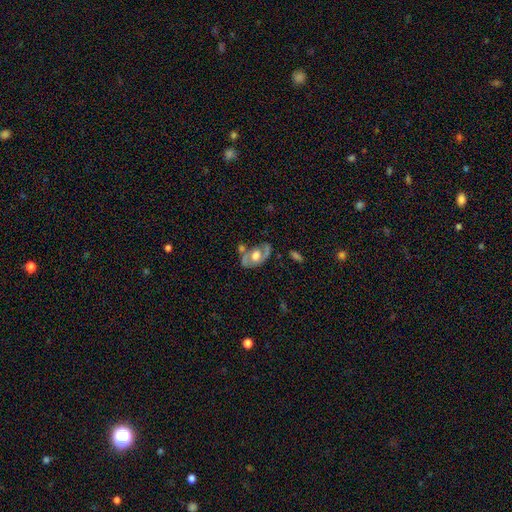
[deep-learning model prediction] smooth-or-featured: featured or disk: 71% | smooth: 23% | star or artifact: 6%
  disk-edge-on: no: 93% | yes: 7%
    bar: no: 68% | weak: 25% | strong: 7%
    has-spiral-arms: yes: 67% | no: 33%
    bulge-size: large: 48% | moderate: 42% | small: 6% | dominant: 3% | none: 3%
  merging: none: 58% | minor disturbance: 21% | merger: 12% | major disturbance: 9%